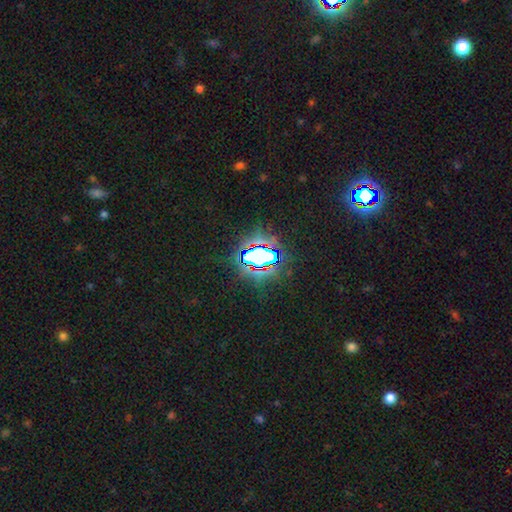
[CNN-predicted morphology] star or artifact 81%, smooth 12%, featured or disk 7%.